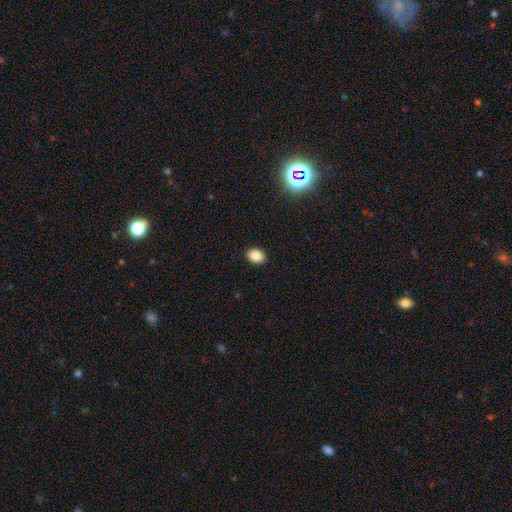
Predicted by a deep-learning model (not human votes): smooth_or_featured: smooth (p=0.86) [alt: star or artifact p=0.10]
how_rounded: in between (p=0.74) [alt: round p=0.25]
merging: none (p=0.91) [alt: minor disturbance p=0.06]